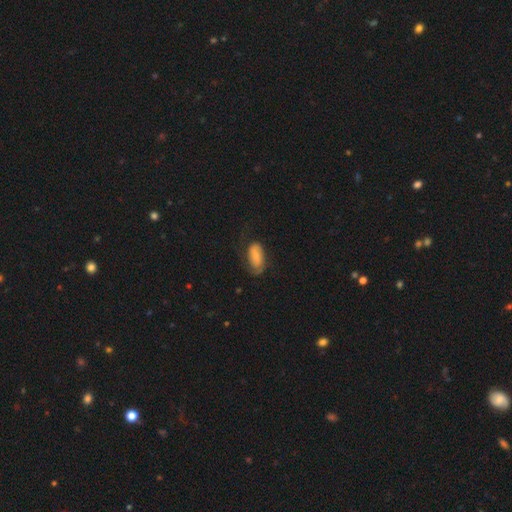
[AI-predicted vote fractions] A smooth galaxy with no disk features (60%) that is in between round and cigar-shaped (92%). Merging: none (52%).